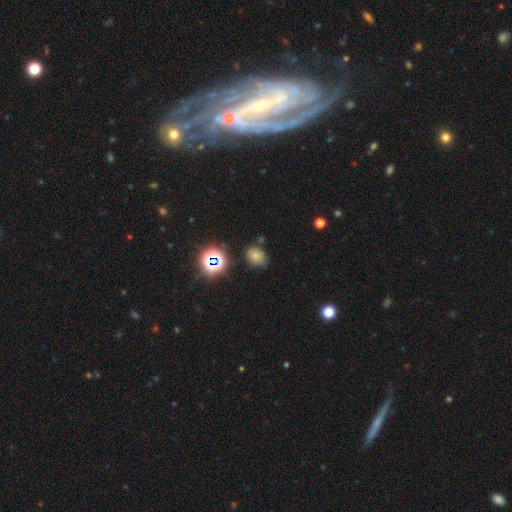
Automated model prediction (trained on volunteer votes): A smooth galaxy with no disk features (67%) that is in between round and cigar-shaped (61%). Merging: none (72%).